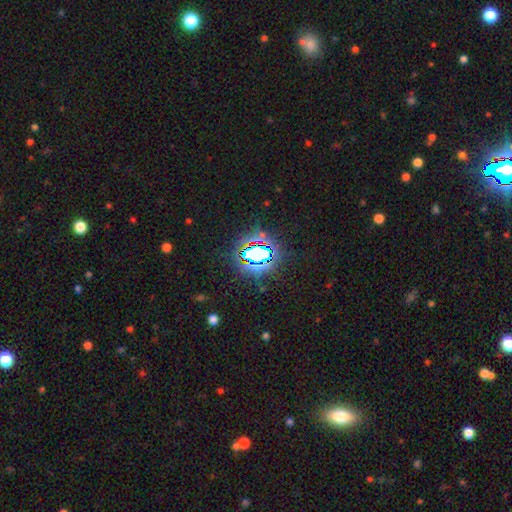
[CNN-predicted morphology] A star or artifact, not a galaxy (70%).